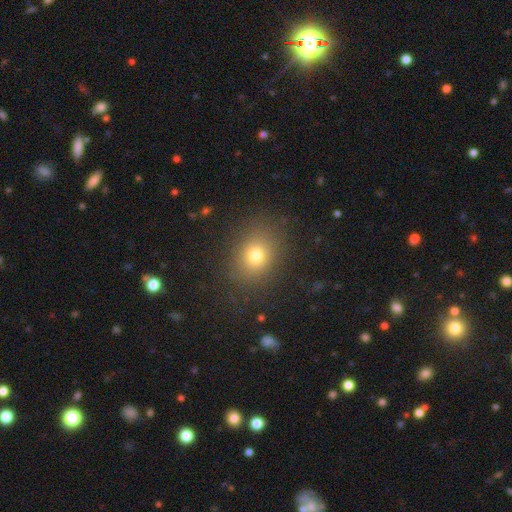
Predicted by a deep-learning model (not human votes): Overall: smooth (75%). How rounded: round (51%; in between 48%). Merging: none (85%).